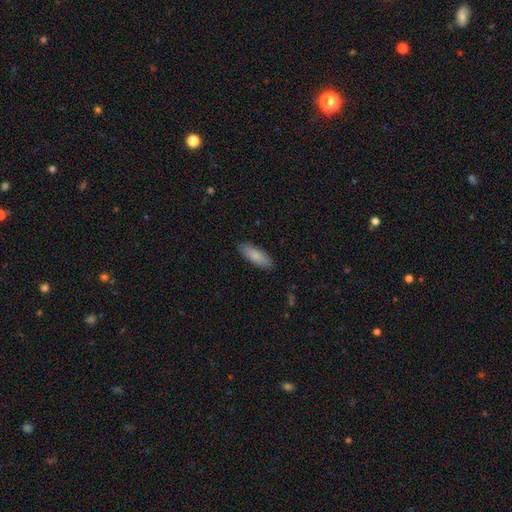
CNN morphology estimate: Overall: smooth (85%). How rounded: in between (66%; cigar-shaped 33%). Merging: none (88%).